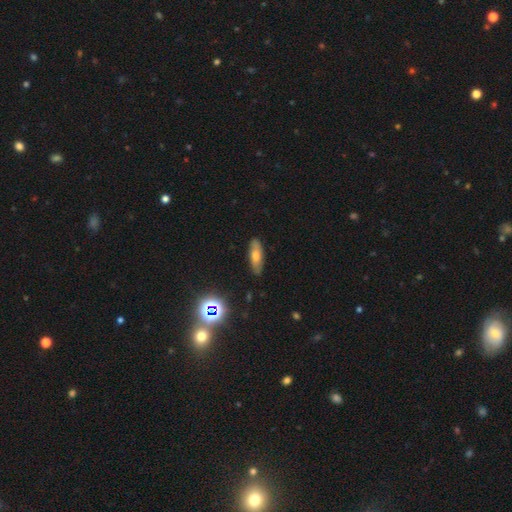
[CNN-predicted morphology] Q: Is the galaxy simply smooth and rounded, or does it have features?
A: smooth — 61%.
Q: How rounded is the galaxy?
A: in between — 58%.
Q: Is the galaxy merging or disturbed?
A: none — 84%.